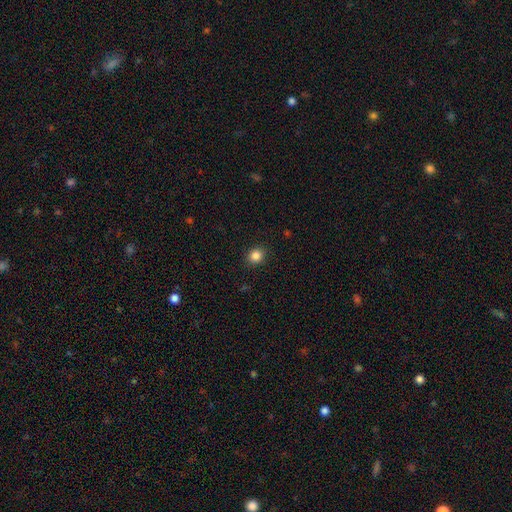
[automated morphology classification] Smooth or featured? Predicted: smooth (p=0.85). How rounded? Predicted: round (p=0.77). Merging? Predicted: none (p=0.91).